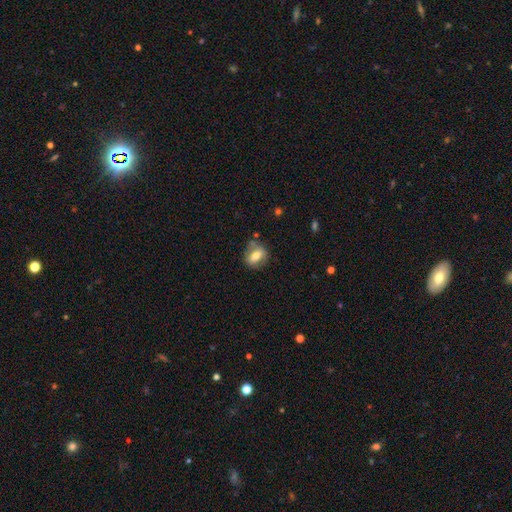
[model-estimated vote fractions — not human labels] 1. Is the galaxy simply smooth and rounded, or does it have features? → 65% smooth, 27% featured or disk, 8% star or artifact.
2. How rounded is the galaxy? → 61% in between, 35% round, 4% cigar-shaped.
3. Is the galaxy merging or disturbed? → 71% none, 19% minor disturbance, 6% major disturbance, 4% merger.